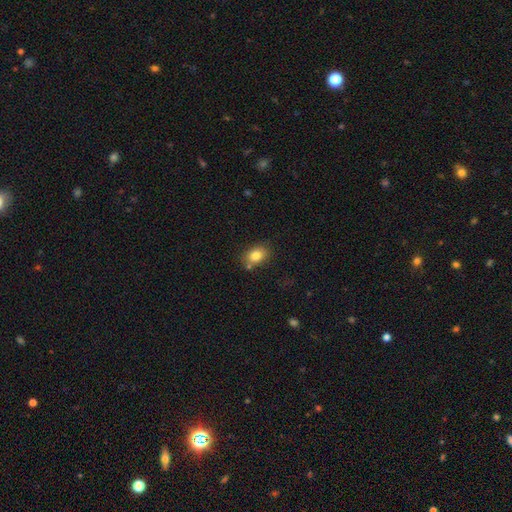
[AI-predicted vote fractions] Smooth or featured? smooth (83%)
How rounded? in between (70%)
Merging? none (74%)